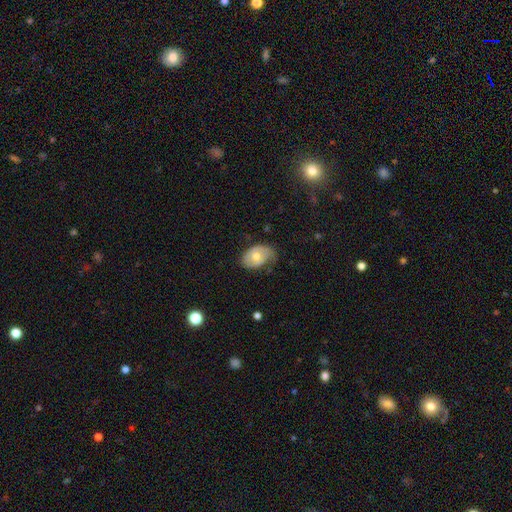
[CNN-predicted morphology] A smooth galaxy with no disk features (55%) that is in between round and cigar-shaped (85%).

Vote fractions:
- Smooth or featured? smooth: 55% / featured or disk: 37% / star or artifact: 8%
- How rounded? in between: 85% / round: 13% / cigar-shaped: 1%
- Merging? none: 59% / minor disturbance: 32% / major disturbance: 8% / merger: 2%